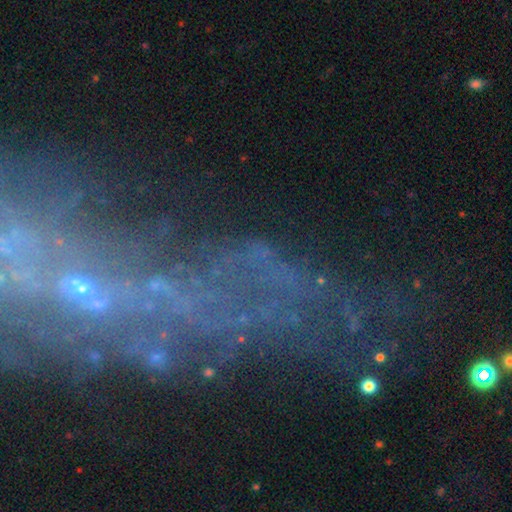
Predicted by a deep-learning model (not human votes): This appears to be a featured or disk galaxy (49%). Merging: none (46%).